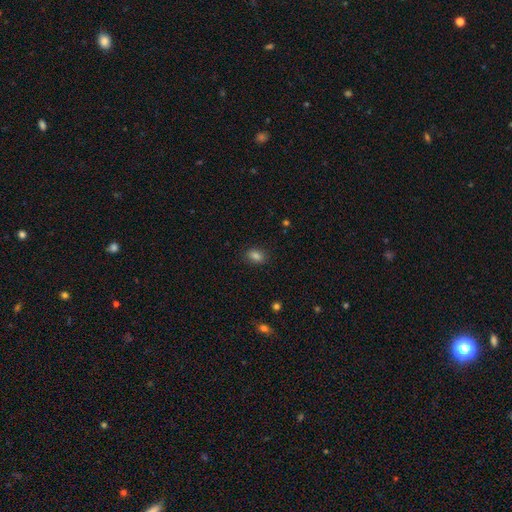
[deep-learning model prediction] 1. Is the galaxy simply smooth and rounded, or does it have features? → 84% smooth, 11% star or artifact, 5% featured or disk.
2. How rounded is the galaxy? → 82% in between, 16% round, 2% cigar-shaped.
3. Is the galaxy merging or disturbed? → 86% none, 10% minor disturbance, 3% major disturbance, 1% merger.